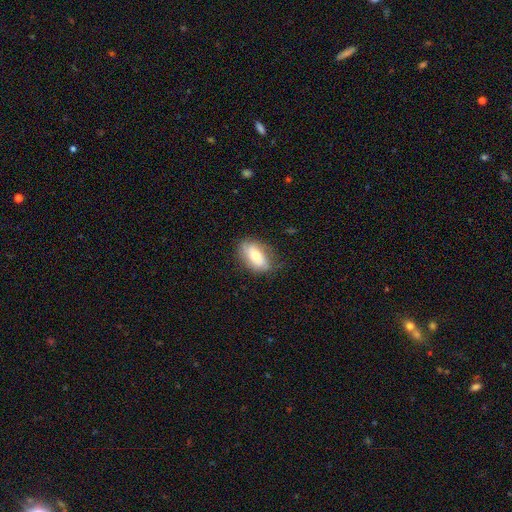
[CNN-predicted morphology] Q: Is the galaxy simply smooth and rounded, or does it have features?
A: smooth — 58%.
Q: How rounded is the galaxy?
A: in between — 89%.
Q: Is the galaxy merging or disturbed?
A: none — 72%.